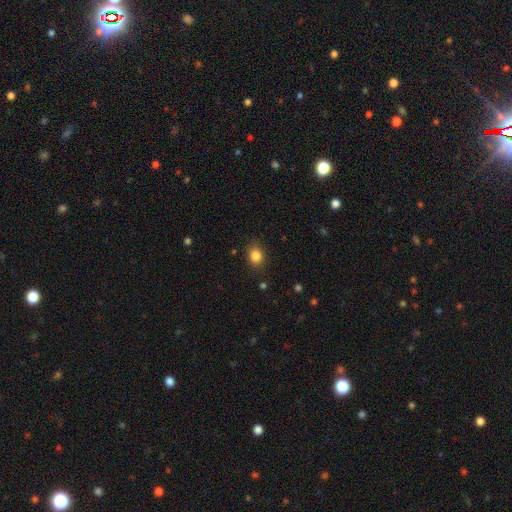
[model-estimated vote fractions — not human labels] This appears to be a smooth galaxy with no disk features (85%) that is in between round and cigar-shaped (55%). Merging: none (85%).